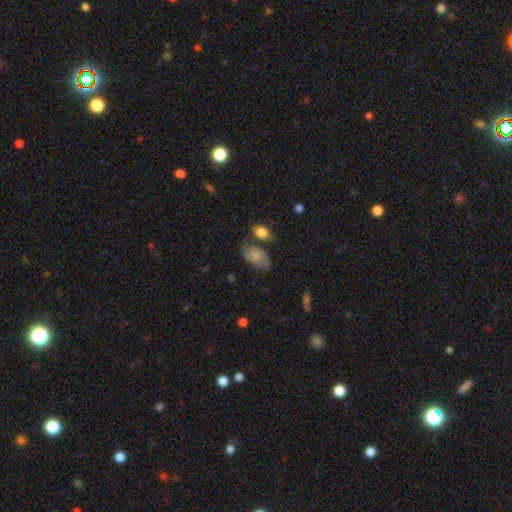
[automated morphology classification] smooth 49%, featured or disk 42%, star or artifact 9%. Down the decision tree: merging — none (45%).